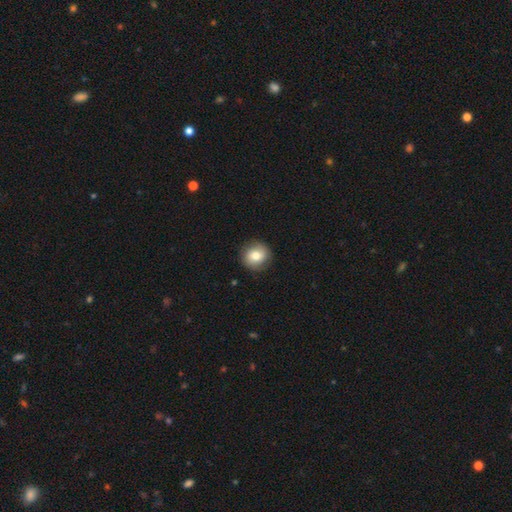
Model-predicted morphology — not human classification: A smooth galaxy with no disk features (77%) that is round (90%). Merging: none (88%).